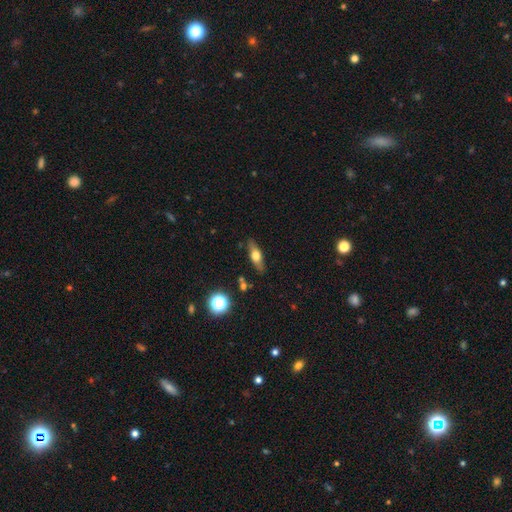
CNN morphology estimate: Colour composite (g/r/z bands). It shows a smooth galaxy with no disk features (47%). Merging: none (83%).